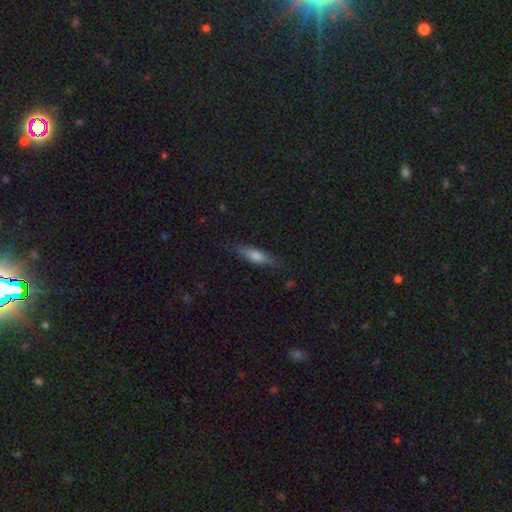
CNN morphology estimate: type=smooth (59%); roundness=cigar-shaped (66%); merging=none (81%).